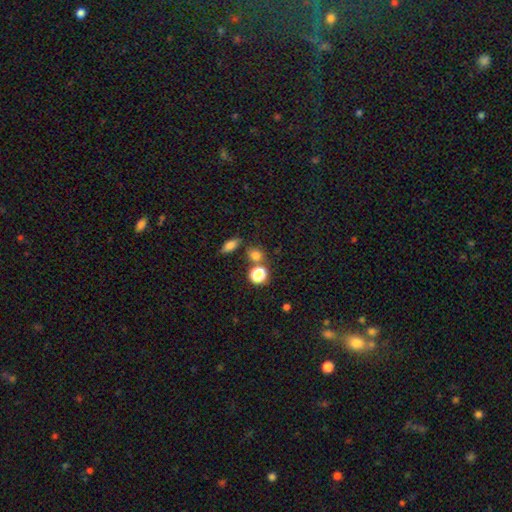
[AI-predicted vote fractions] Smooth or featured?
  - smooth: 76% *
  - star or artifact: 18%
  - featured or disk: 7%
How rounded?
  - round: 72% *
  - in between: 26%
  - cigar-shaped: 2%
Merging?
  - none: 68% *
  - merger: 17%
  - minor disturbance: 11%
  - major disturbance: 4%